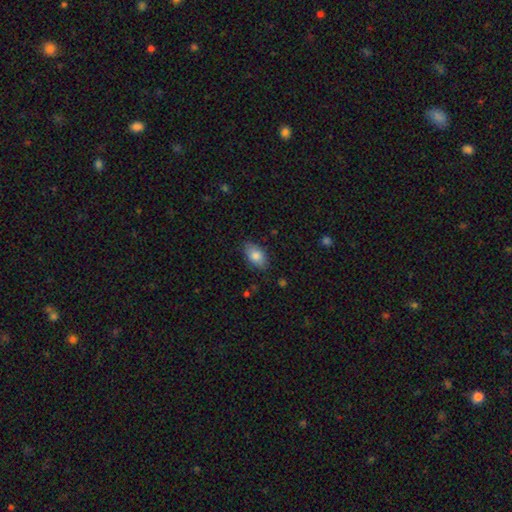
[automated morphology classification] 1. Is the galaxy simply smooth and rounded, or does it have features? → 82% smooth, 11% featured or disk, 7% star or artifact.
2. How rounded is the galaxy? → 92% in between, 6% round, 2% cigar-shaped.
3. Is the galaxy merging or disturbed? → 81% none, 15% minor disturbance, 3% major disturbance, 1% merger.